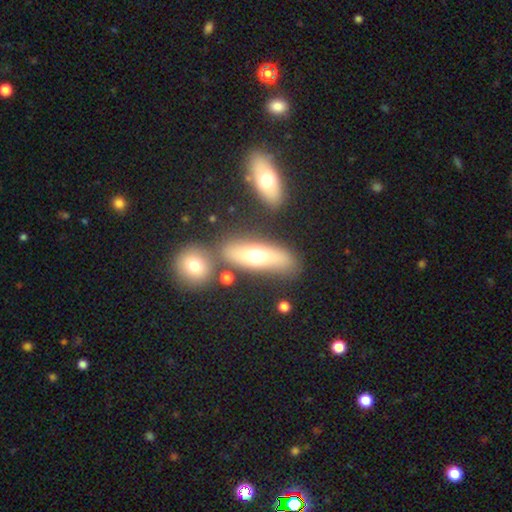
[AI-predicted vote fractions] smooth-or-featured: smooth: 59% | featured or disk: 32% | star or artifact: 9%
  how-rounded: in between: 57% | cigar-shaped: 37% | round: 6%
  merging: none: 74% | minor disturbance: 11% | merger: 10% | major disturbance: 5%